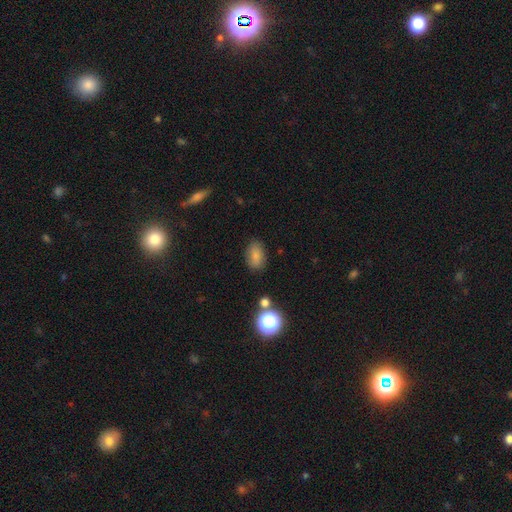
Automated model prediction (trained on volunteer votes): This appears to be a smooth galaxy with no disk features (80%) that is in between round and cigar-shaped (86%). Merging: none (81%).